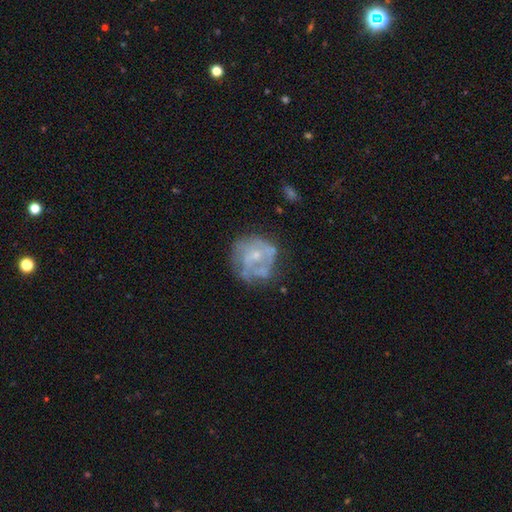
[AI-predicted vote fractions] Smooth or featured?
  - featured or disk: 65% *
  - smooth: 25%
  - star or artifact: 9%
Edge-on disk?
  - no: 98% *
  - yes: 2%
Bar?
  - no: 79% *
  - weak: 17%
  - strong: 3%
Spiral arms?
  - no: 57% *
  - yes: 43%
Bulge size?
  - small: 63% *
  - moderate: 26%
  - none: 8%
  - large: 1%
  - dominant: 1%
Merging?
  - none: 55% *
  - minor disturbance: 23%
  - major disturbance: 18%
  - merger: 4%